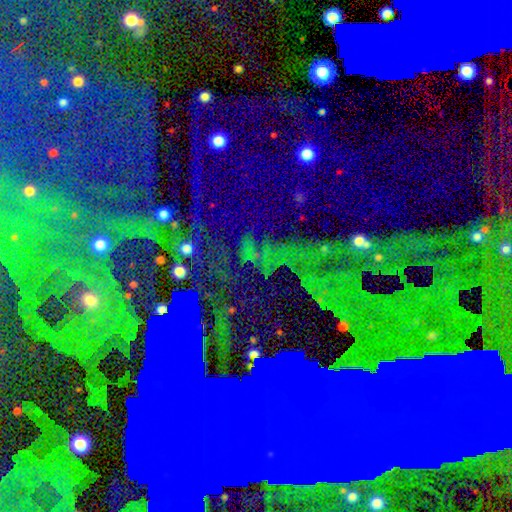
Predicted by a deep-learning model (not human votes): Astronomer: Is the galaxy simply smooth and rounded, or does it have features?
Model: star or artifact — 73%.